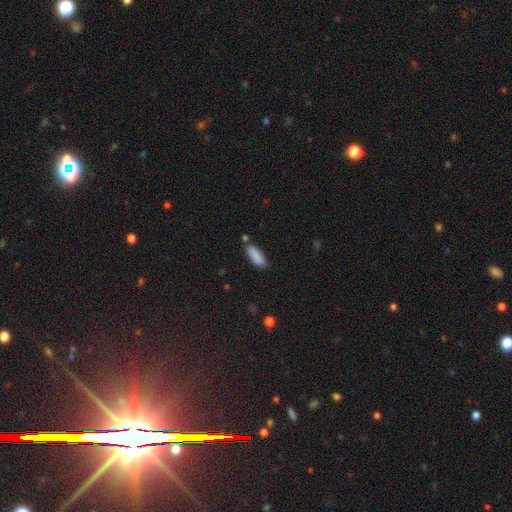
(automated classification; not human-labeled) Smooth or featured? Predicted: smooth (p=0.89). How rounded? Predicted: in between (p=0.66). Merging? Predicted: none (p=0.77).